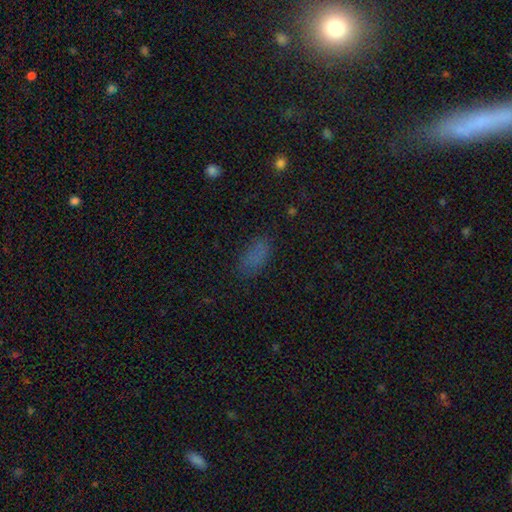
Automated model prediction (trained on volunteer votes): Smooth or featured? smooth (76%)
How rounded? in between (89%)
Merging? none (75%)